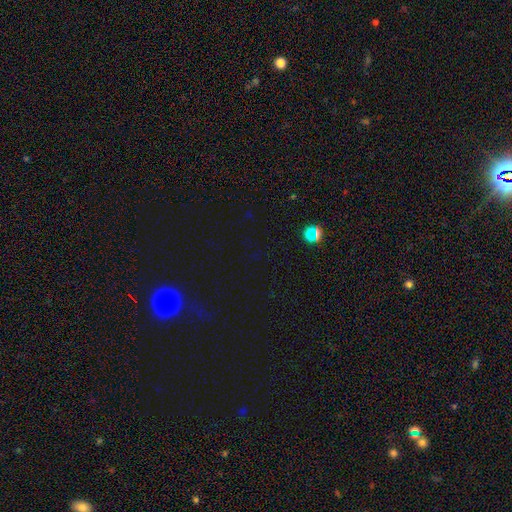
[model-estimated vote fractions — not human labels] This is likely a star or artifact rather than a galaxy (70%).